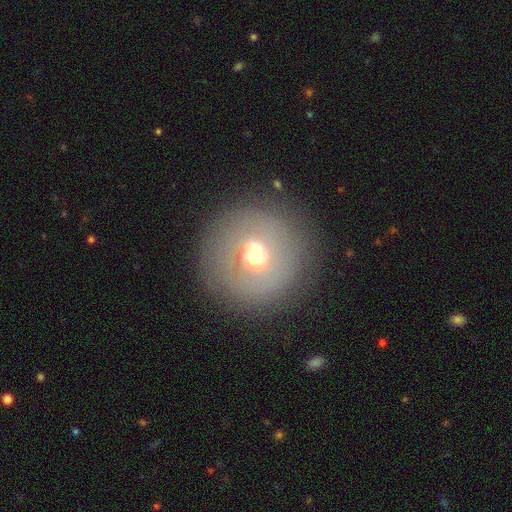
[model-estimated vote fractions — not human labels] This appears to be a smooth galaxy with no disk features (45%). Merging: none (79%).